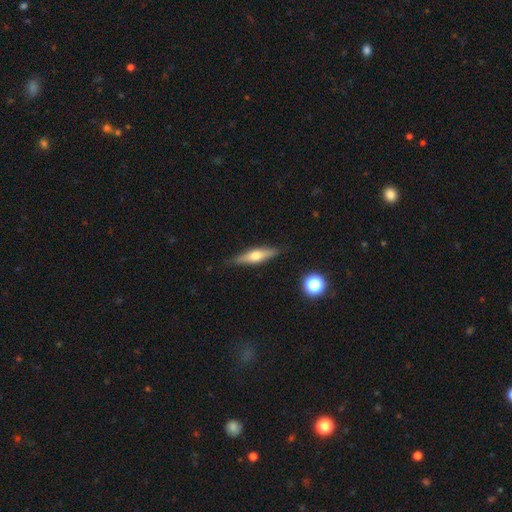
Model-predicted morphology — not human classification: Overall: featured or disk (50%; smooth 43%). Merging: none (86%).